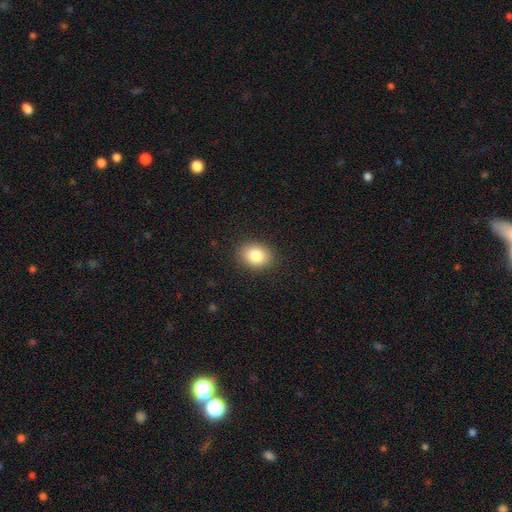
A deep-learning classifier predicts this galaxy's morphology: A smooth galaxy with no disk features (84%) that is in between round and cigar-shaped (64%).

Vote fractions:
- Smooth or featured? smooth: 84% / star or artifact: 9% / featured or disk: 8%
- How rounded? in between: 64% / round: 35% / cigar-shaped: 1%
- Merging? none: 89% / minor disturbance: 8% / major disturbance: 2% / merger: 1%